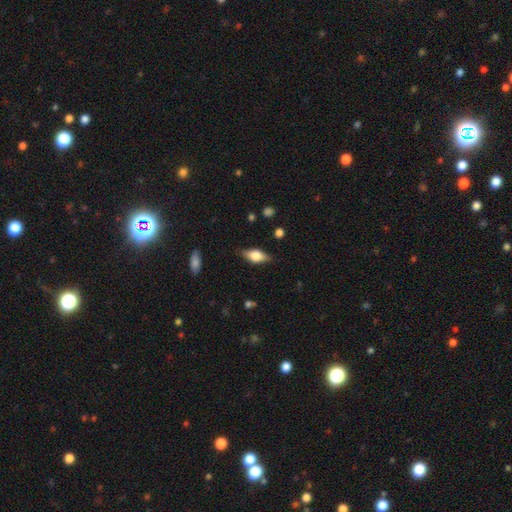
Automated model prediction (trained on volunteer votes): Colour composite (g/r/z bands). It shows a smooth galaxy with no disk features (57%) that is in between round and cigar-shaped (80%). Merging: none (81%).